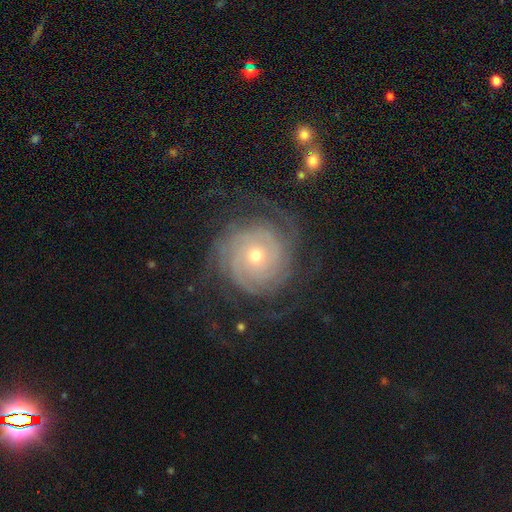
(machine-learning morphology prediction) Smooth or featured?
  - featured or disk: 85% *
  - smooth: 8%
  - star or artifact: 6%
Edge-on disk?
  - no: 98% *
  - yes: 2%
Bar?
  - no: 79% *
  - weak: 16%
  - strong: 5%
Spiral arms?
  - yes: 96% *
  - no: 4%
Spiral winding?
  - tight: 79% *
  - medium: 17%
  - loose: 5%
Spiral arm count?
  - can't tell: 29% *
  - 2: 21%
  - 3: 20%
  - 4: 14%
  - more than 4: 8%
  - 1: 7%
Bulge size?
  - moderate: 49% *
  - small: 47%
  - large: 2%
  - dominant: 1%
  - none: 1%
Merging?
  - none: 74% *
  - minor disturbance: 14%
  - major disturbance: 10%
  - merger: 1%